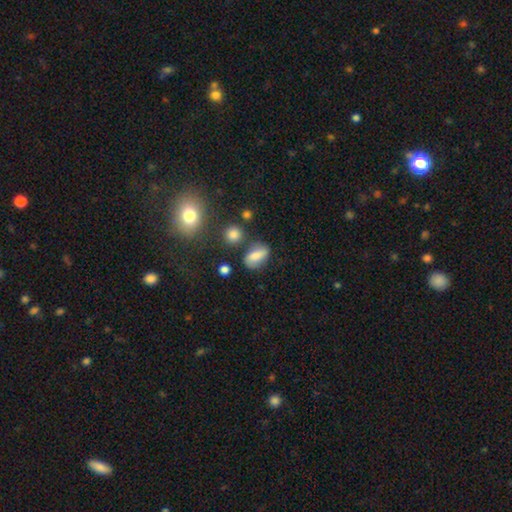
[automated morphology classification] Smooth or featured: smooth — 65% (featured or disk — 24%)
How rounded: in between — 82% (round — 13%)
Merging: none — 67% (minor disturbance — 20%)